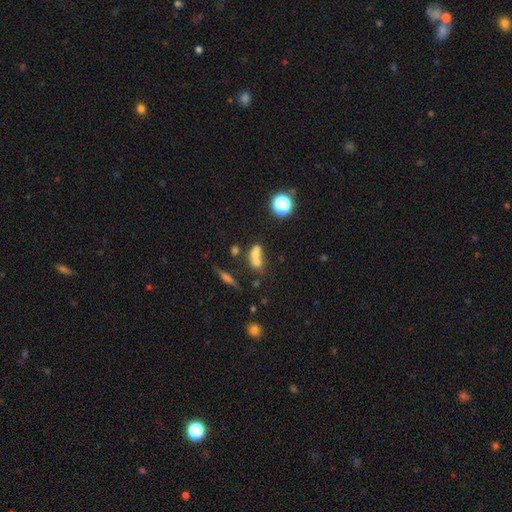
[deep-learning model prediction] Smooth or featured: smooth — 60% (featured or disk — 23%)
How rounded: in between — 47% (tied with round — 47%)
Merging: merger — 63% (none — 24%)